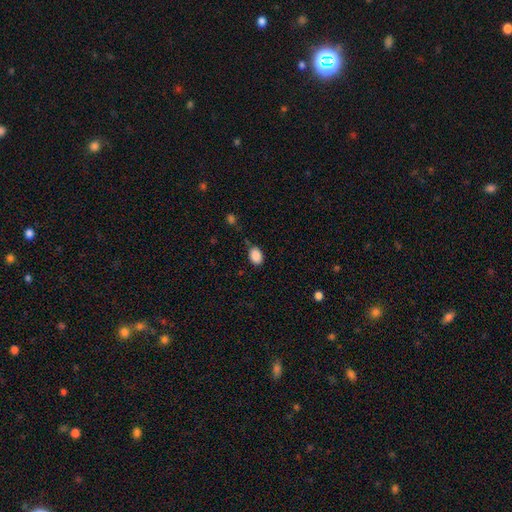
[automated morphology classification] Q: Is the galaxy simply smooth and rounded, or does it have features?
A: smooth — 88%.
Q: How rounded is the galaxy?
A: in between — 75%.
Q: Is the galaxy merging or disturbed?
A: none — 76%.